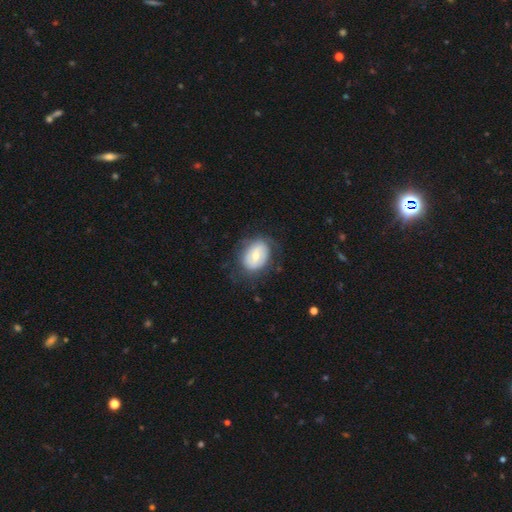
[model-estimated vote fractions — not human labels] Overall: featured or disk (50%; smooth 43%). Merging: none (69%).